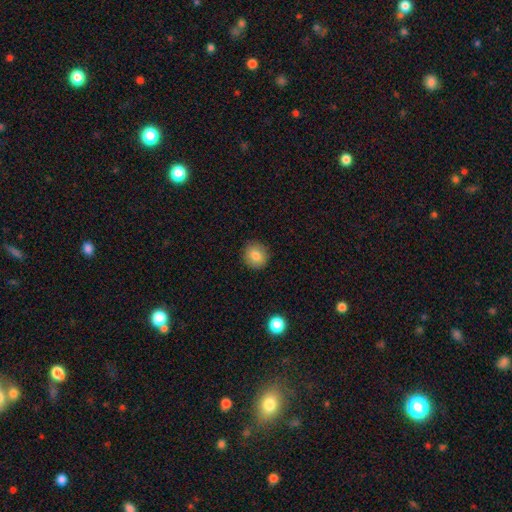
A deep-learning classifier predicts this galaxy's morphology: This is clearly a smooth galaxy (83%). How rounded: clearly round (88%). Merging: clearly none (90%).